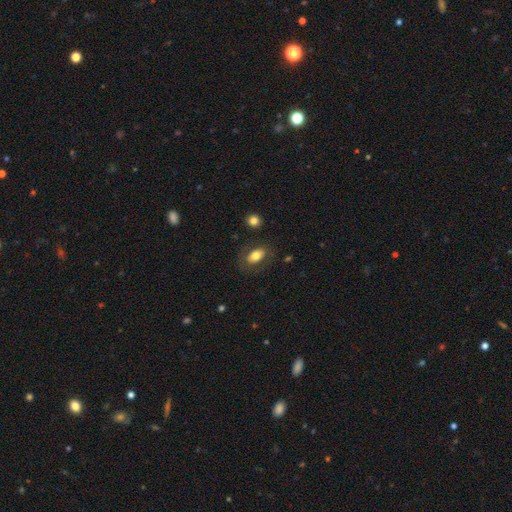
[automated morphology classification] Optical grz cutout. It shows a smooth galaxy with no disk features (73%) that is in between round and cigar-shaped (88%). Merging: none (78%).